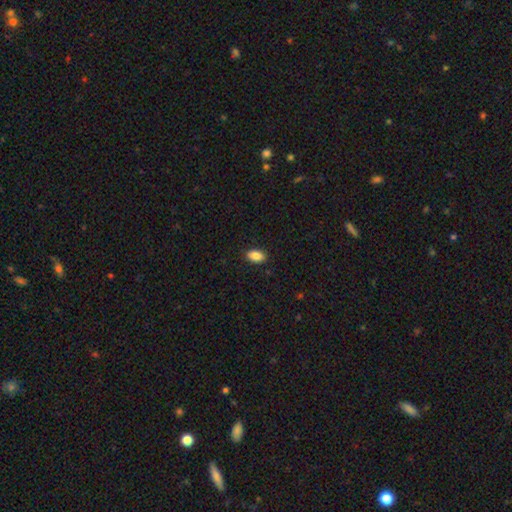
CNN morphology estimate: smooth_or_featured: smooth (p=0.87) [alt: star or artifact p=0.08]
how_rounded: in between (p=0.91) [alt: round p=0.06]
merging: none (p=0.89) [alt: minor disturbance p=0.08]